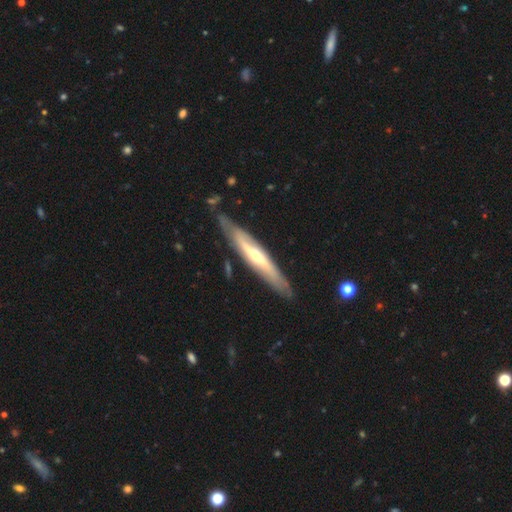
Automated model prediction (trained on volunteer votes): featured or disk 69%, smooth 26%, star or artifact 5%. Down the decision tree: edge-on disk — yes (74%); edge-on bulge — rounded (74%); merging — none (79%).